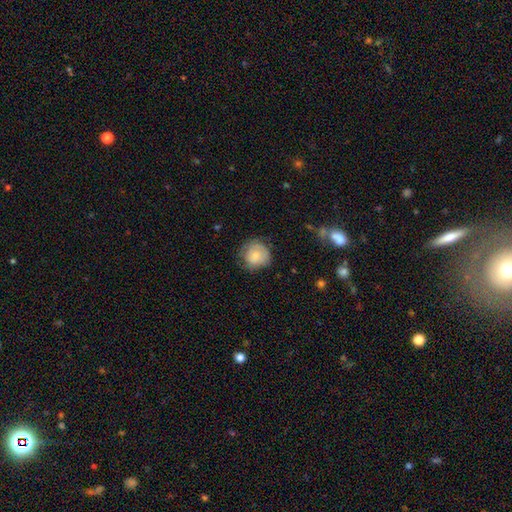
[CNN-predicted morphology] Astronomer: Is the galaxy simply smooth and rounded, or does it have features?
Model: smooth — 74%.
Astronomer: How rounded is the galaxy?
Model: round — 89%.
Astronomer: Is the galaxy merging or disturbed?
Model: none — 66%.